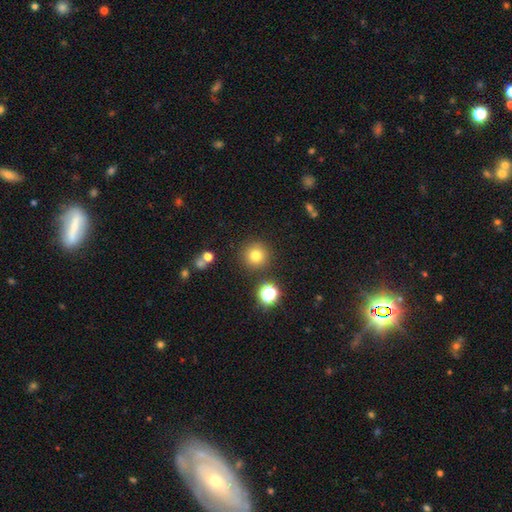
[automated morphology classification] Overall: smooth (76%). How rounded: round (95%). Merging: none (87%).